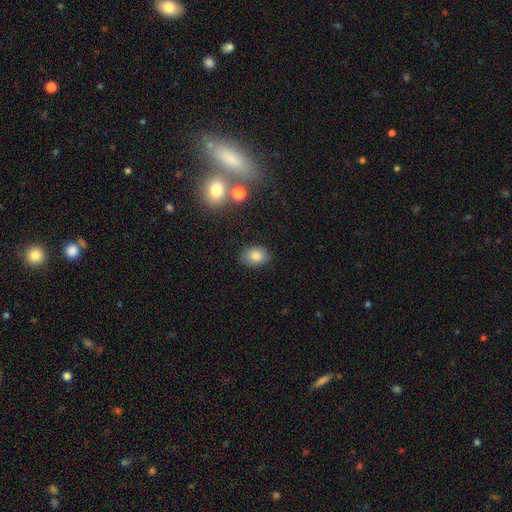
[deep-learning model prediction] Smooth or featured? Predicted: smooth (p=0.81). How rounded? Predicted: in between (p=0.61). Merging? Predicted: none (p=0.84).